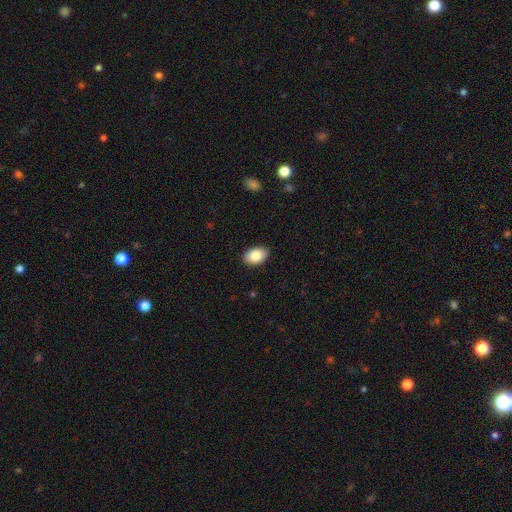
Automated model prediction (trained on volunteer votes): Smooth or featured?
  - smooth: 85% *
  - featured or disk: 8%
  - star or artifact: 7%
How rounded?
  - in between: 89% *
  - round: 10%
  - cigar-shaped: 1%
Merging?
  - none: 89% *
  - minor disturbance: 8%
  - major disturbance: 2%
  - merger: 1%